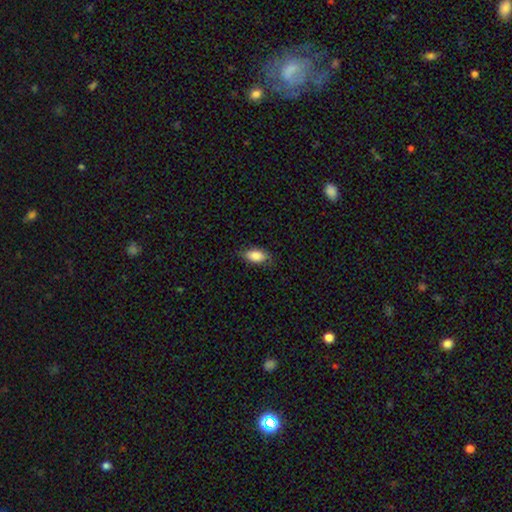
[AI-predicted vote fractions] Smooth or featured?
  - smooth: 84% *
  - featured or disk: 9%
  - star or artifact: 7%
How rounded?
  - in between: 90% *
  - cigar-shaped: 5%
  - round: 5%
Merging?
  - none: 78% *
  - minor disturbance: 17%
  - major disturbance: 3%
  - merger: 1%